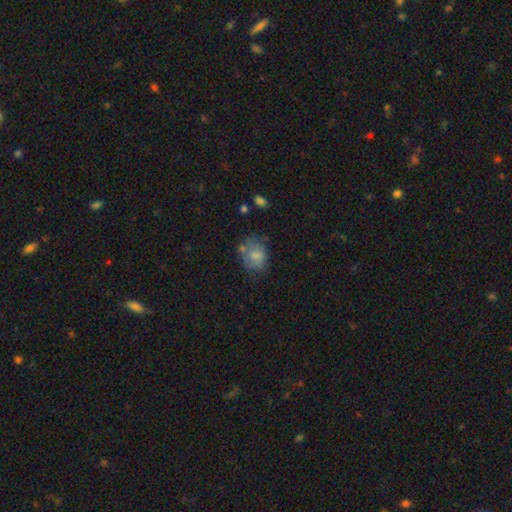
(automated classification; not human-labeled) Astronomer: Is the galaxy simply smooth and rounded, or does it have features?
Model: smooth — 69%.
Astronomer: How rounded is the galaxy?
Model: in between — 50% (runner-up: round, 49%).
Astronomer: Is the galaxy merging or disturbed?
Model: none — 51% (runner-up: minor disturbance, 27%).